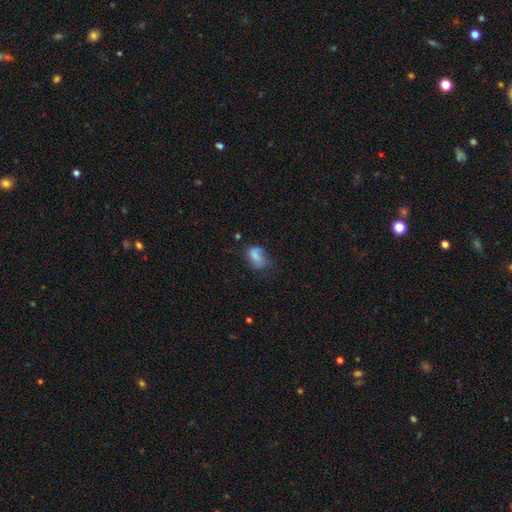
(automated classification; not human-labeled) A smooth galaxy with no disk features (71%) that is in between round and cigar-shaped (85%). Merging: none (39%).